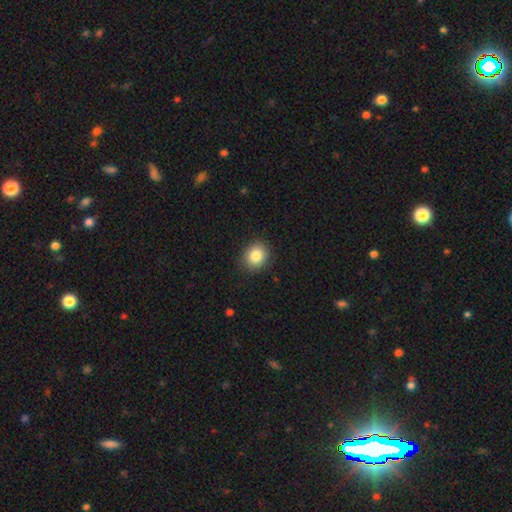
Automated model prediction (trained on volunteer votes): smooth-or-featured: smooth: 84% | star or artifact: 9% | featured or disk: 7%
  how-rounded: round: 69% | in between: 30% | cigar-shaped: 1%
  merging: none: 87% | minor disturbance: 9% | major disturbance: 2% | merger: 1%